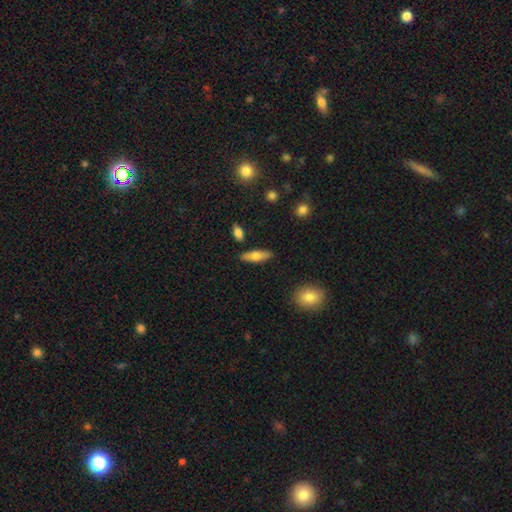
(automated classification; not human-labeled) Smooth or featured? Predicted: smooth (p=0.69). How rounded? Predicted: in between (p=0.54). Merging? Predicted: none (p=0.84).